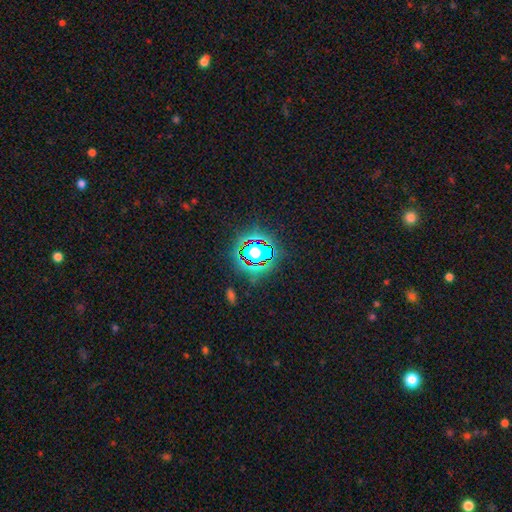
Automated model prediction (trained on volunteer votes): Smooth or featured?
  - star or artifact: 81% *
  - smooth: 11%
  - featured or disk: 8%